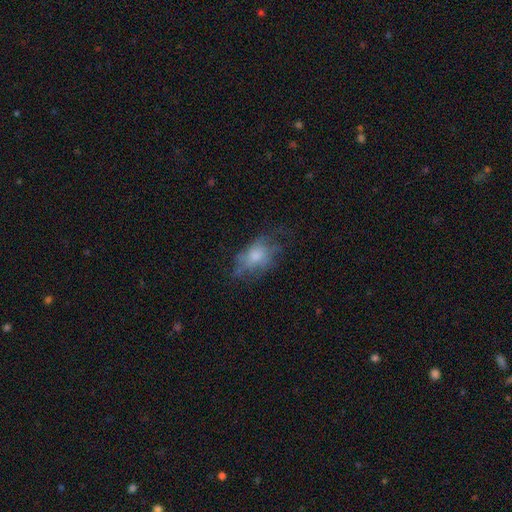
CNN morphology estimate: The model was most divided on "smooth or featured": smooth: 51%, featured or disk: 38%, star or artifact: 11%. Remaining: how rounded — in between (83%); merging — none (44%).